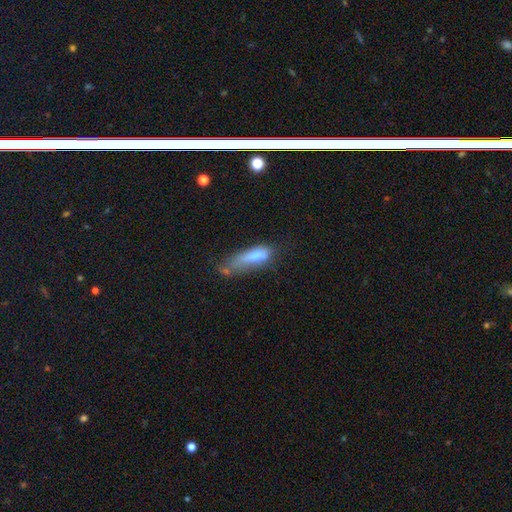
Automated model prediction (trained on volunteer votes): smooth-or-featured: smooth: 70% | featured or disk: 20% | star or artifact: 9%
  how-rounded: in between: 51% | cigar-shaped: 46% | round: 3%
  merging: major disturbance: 36% | minor disturbance: 30% | none: 23% | merger: 11%